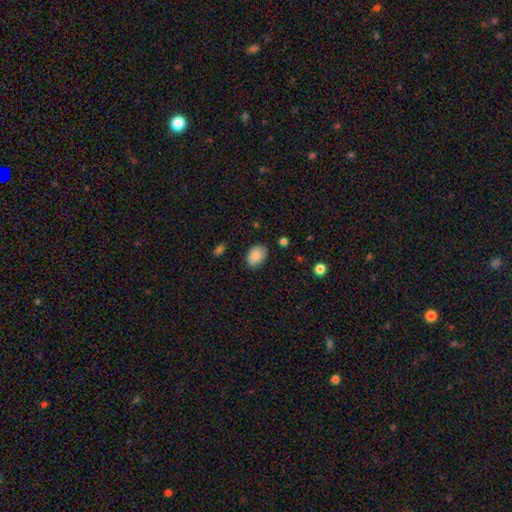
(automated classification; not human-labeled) The model was most divided on "how rounded": in between: 77%, round: 22%, cigar-shaped: 1%. More confident: smooth or featured — smooth (88%); merging — none (77%).